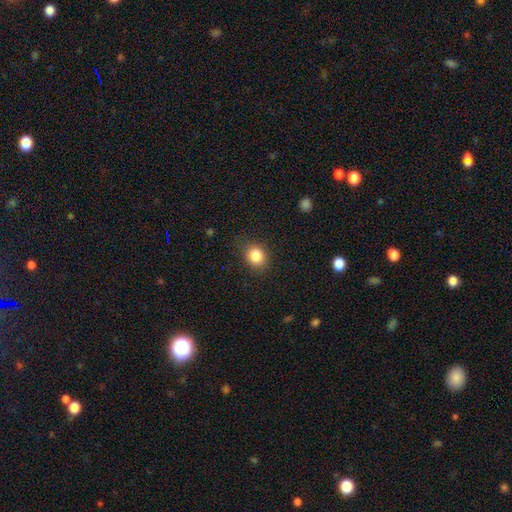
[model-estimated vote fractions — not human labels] Q: Smooth or featured?
A: smooth (84%); runner-up: star or artifact (10%)
Q: How rounded?
A: round (59%); runner-up: in between (40%)
Q: Merging?
A: none (84%); runner-up: minor disturbance (11%)